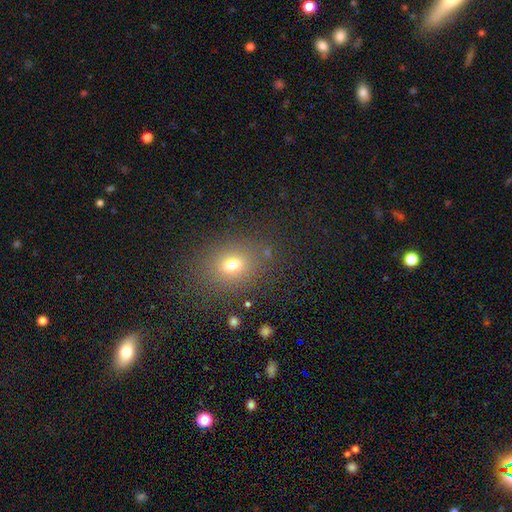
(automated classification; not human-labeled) Smooth or featured?
  - smooth: 61% *
  - star or artifact: 30%
  - featured or disk: 9%
How rounded?
  - round: 59% *
  - in between: 40%
  - cigar-shaped: 2%
Merging?
  - none: 87% *
  - minor disturbance: 8%
  - major disturbance: 3%
  - merger: 2%